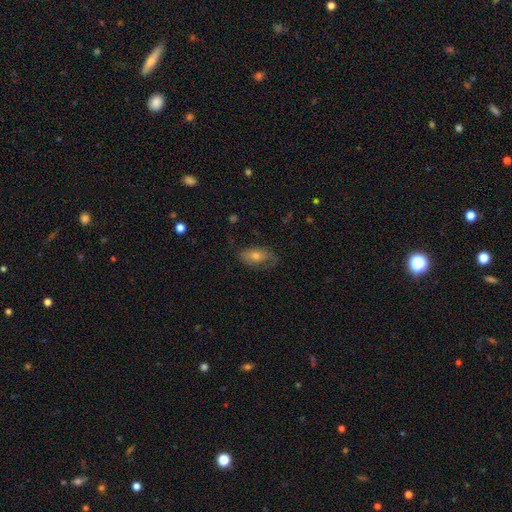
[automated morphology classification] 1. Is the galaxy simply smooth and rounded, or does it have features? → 50% smooth, 39% featured or disk, 11% star or artifact.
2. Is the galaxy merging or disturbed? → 65% none, 22% minor disturbance, 11% major disturbance, 1% merger.